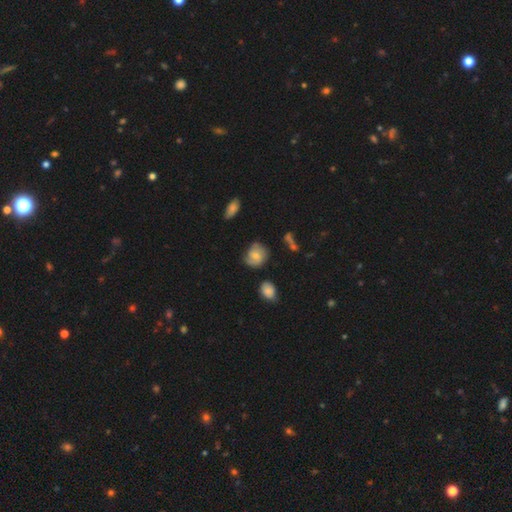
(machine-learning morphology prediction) Smooth or featured? Predicted: smooth (p=0.53). How rounded? Predicted: round (p=0.63). Merging? Predicted: none (p=0.58).